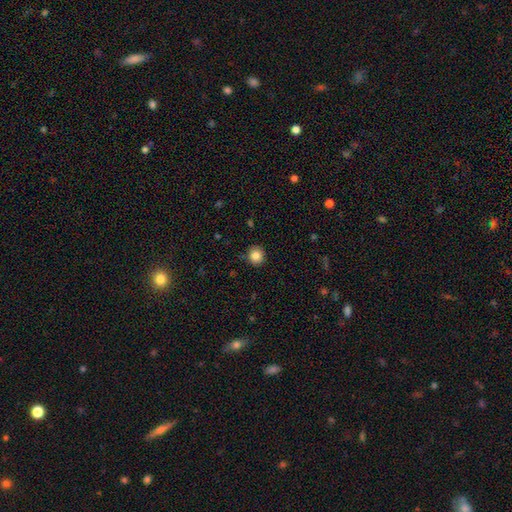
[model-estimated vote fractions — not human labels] smooth-or-featured: smooth: 86% | star or artifact: 10% | featured or disk: 4%
  how-rounded: round: 91% | in between: 8% | cigar-shaped: 1%
  merging: none: 89% | minor disturbance: 8% | major disturbance: 2% | merger: 1%